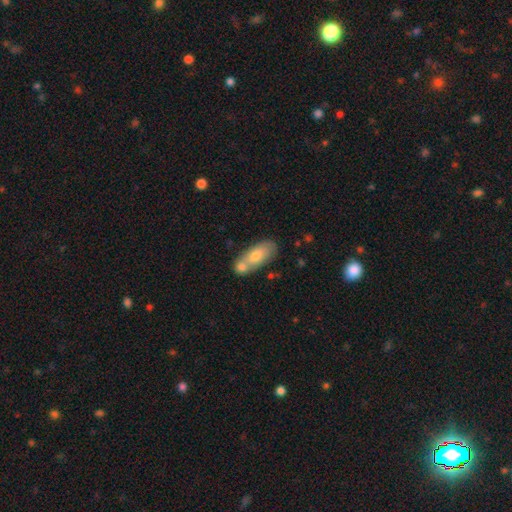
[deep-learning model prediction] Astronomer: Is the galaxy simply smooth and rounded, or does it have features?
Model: smooth — 69%.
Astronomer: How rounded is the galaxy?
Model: in between — 80%.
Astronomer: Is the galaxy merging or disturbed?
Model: none — 45% (runner-up: merger, 36%).